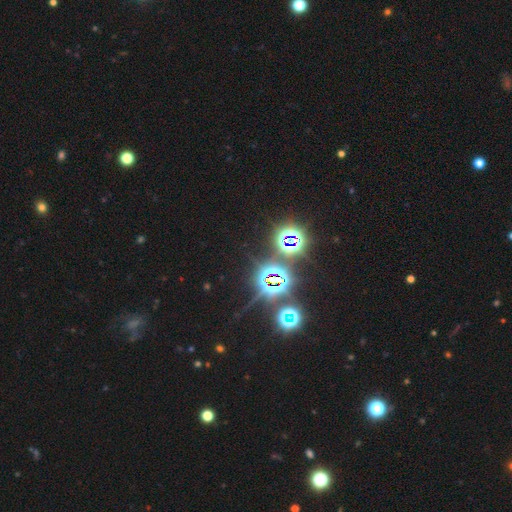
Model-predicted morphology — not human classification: This appears to be a star or artifact, not a galaxy (80%).